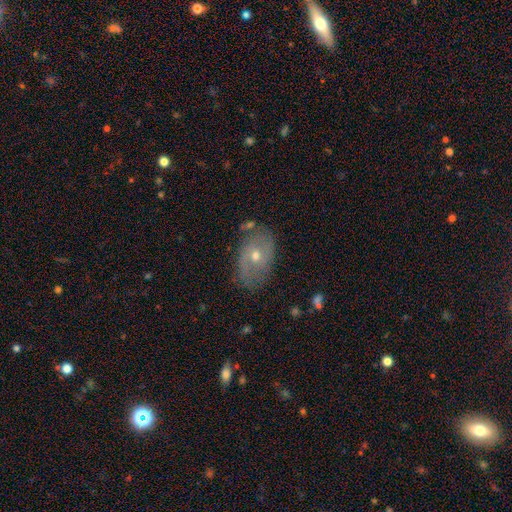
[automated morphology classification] featured or disk 59%, smooth 31%, star or artifact 10%. Down the decision tree: edge-on disk — no (93%); bar — no (68%); spiral arms — yes (66%); bulge size — moderate (58%); merging — none (71%).